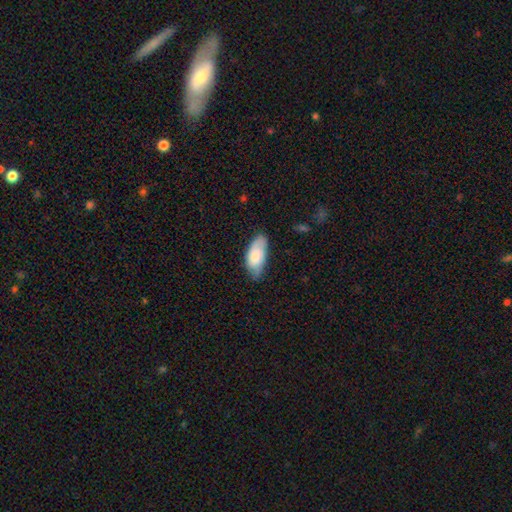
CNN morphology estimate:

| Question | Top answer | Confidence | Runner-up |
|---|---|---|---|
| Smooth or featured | smooth | 72% | featured or disk (22%) |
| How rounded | in between | 90% | cigar-shaped (8%) |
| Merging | none | 65% | minor disturbance (28%) |